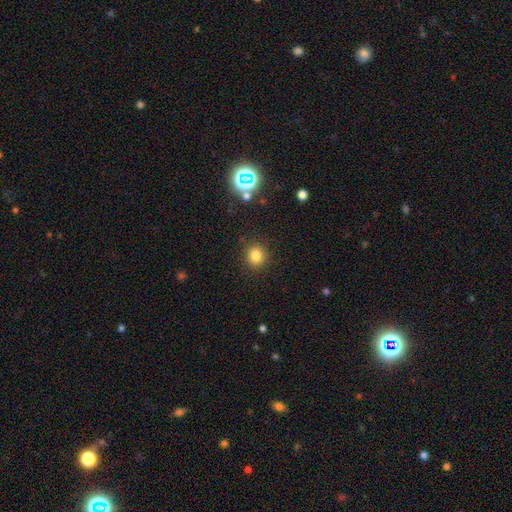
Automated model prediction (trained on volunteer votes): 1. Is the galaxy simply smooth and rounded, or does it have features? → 80% smooth, 14% star or artifact, 6% featured or disk.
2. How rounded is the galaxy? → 84% round, 16% in between, 1% cigar-shaped.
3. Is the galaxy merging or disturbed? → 89% none, 7% minor disturbance, 3% major disturbance, 2% merger.